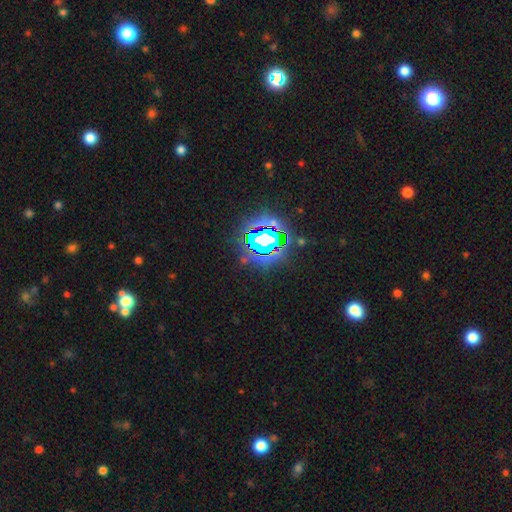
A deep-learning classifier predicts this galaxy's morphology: Overall: star or artifact (84%).